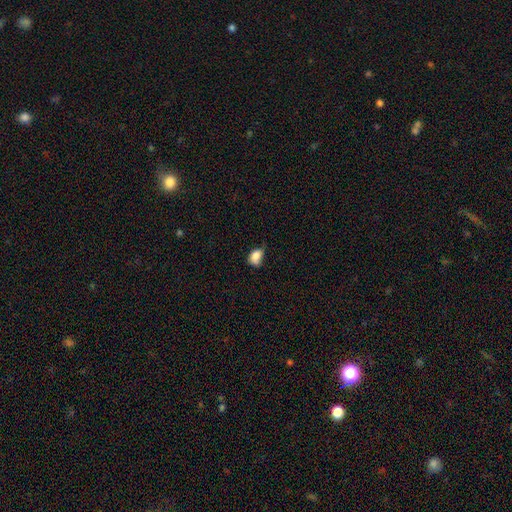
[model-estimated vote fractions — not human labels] The model was most divided on "merging": minor disturbance: 43%, none: 39%, major disturbance: 14%, merger: 3%. More confident: smooth or featured — smooth (83%); how rounded — in between (78%).